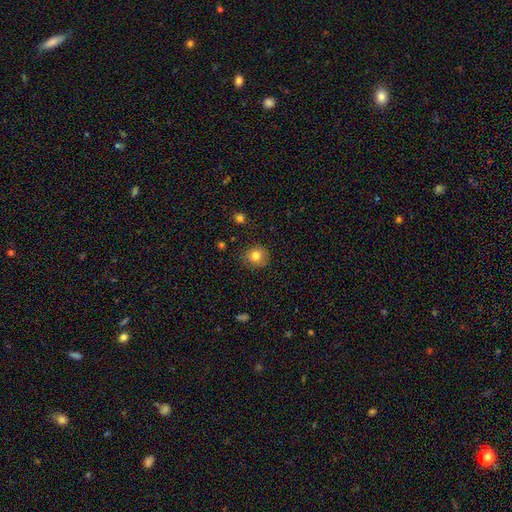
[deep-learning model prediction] The model was most divided on "smooth or featured": smooth: 80%, star or artifact: 11%, featured or disk: 9%. More confident: how rounded — round (86%); merging — none (85%).